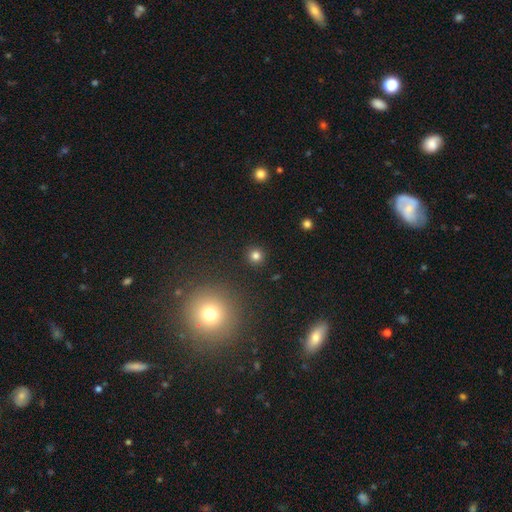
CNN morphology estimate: A smooth galaxy with no disk features (80%) that is round (94%). Merging: none (91%).